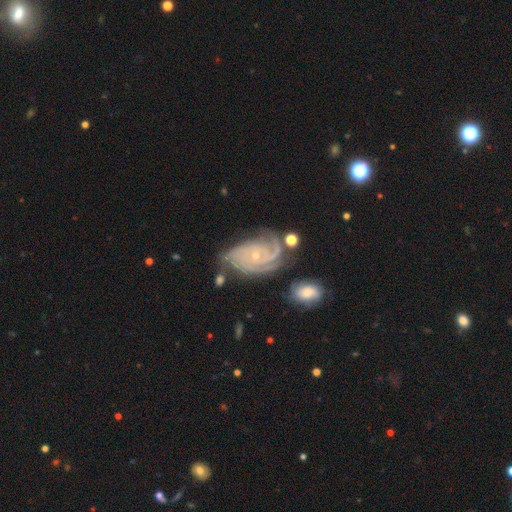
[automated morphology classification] Smooth or featured?
  - featured or disk: 86% *
  - smooth: 7%
  - star or artifact: 7%
Edge-on disk?
  - no: 96% *
  - yes: 4%
Bar?
  - no: 75% *
  - weak: 20%
  - strong: 5%
Spiral arms?
  - yes: 97% *
  - no: 3%
Spiral winding?
  - tight: 68% *
  - medium: 26%
  - loose: 6%
Spiral arm count?
  - 3: 32% *
  - can't tell: 21%
  - 2: 17%
  - 4: 17%
  - more than 4: 6%
  - 1: 6%
Bulge size?
  - small: 80% *
  - moderate: 16%
  - none: 2%
  - large: 1%
  - dominant: 1%
Merging?
  - none: 58% *
  - minor disturbance: 23%
  - major disturbance: 11%
  - merger: 8%